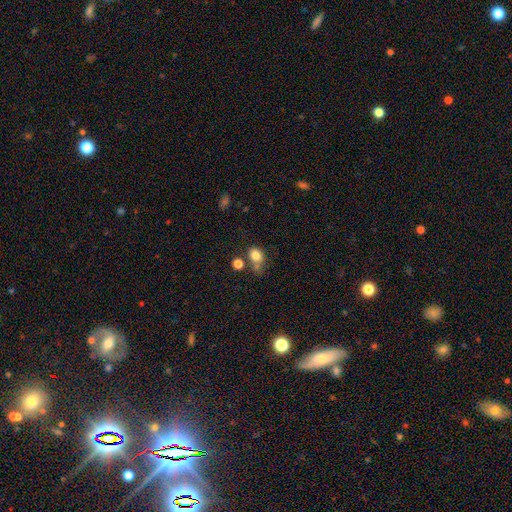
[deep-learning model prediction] smooth-or-featured: smooth: 79% | star or artifact: 11% | featured or disk: 9%
  how-rounded: in between: 51% | round: 48% | cigar-shaped: 1%
  merging: none: 44% | minor disturbance: 23% | merger: 22% | major disturbance: 11%